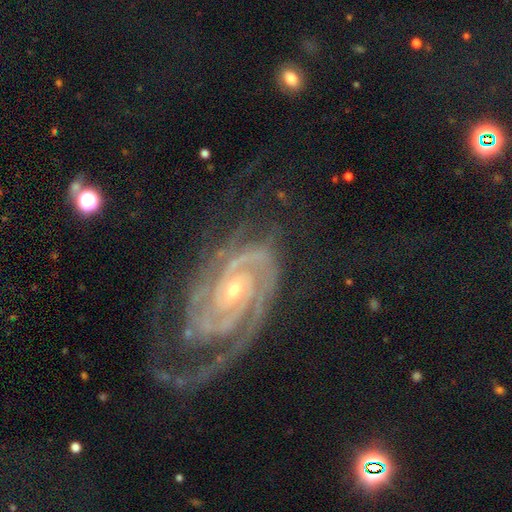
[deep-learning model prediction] Morphology: type=featured or disk (84%); edge-on=no (97%); bar=no (63%); spiral arms=yes (98%); winding=tight (68%); arm count=2 (44%); bulge=small (70%); merging=none (64%).